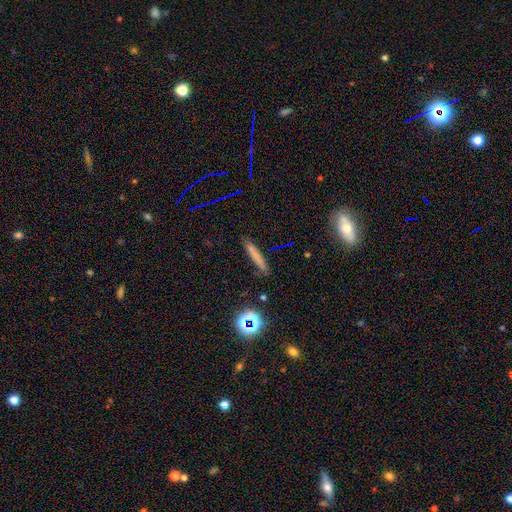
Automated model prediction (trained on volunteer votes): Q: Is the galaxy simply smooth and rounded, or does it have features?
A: smooth — 68%.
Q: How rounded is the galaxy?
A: cigar-shaped — 94%.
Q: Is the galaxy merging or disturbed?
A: none — 87%.